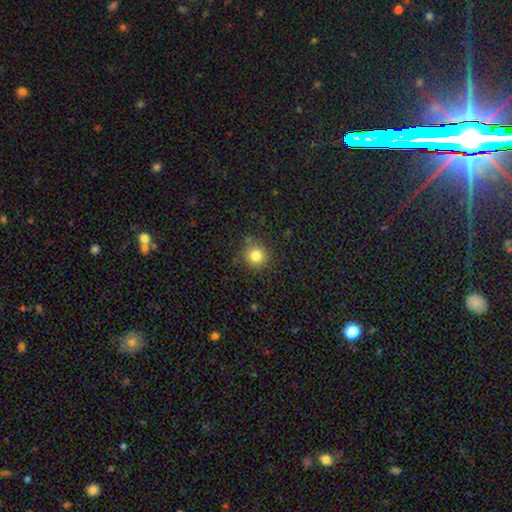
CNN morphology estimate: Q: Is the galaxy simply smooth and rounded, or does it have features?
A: smooth — 80%.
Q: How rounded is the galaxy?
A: round — 92%.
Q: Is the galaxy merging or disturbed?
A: none — 85%.